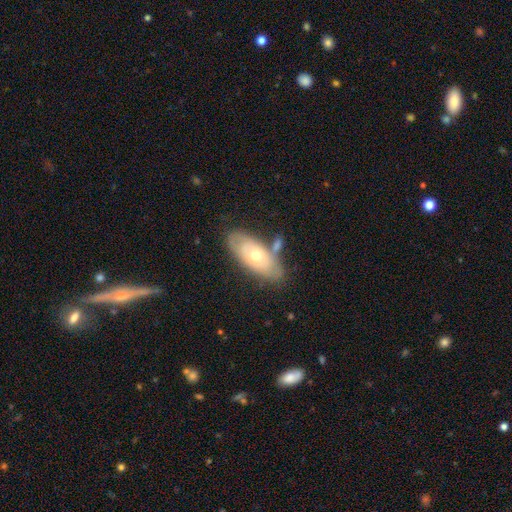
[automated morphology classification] A featured or disk galaxy (50%). Merging: none (64%).